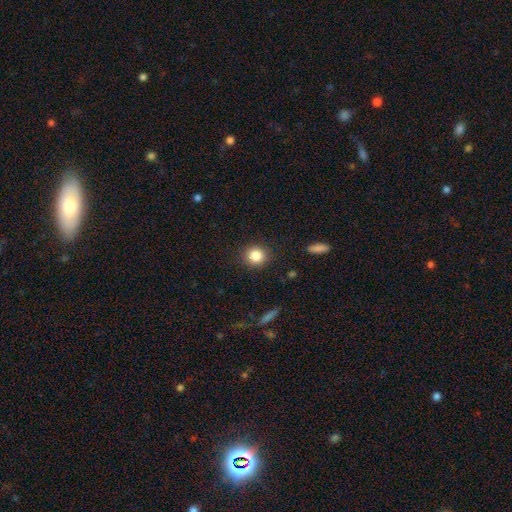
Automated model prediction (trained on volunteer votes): smooth-or-featured: smooth: 85% | star or artifact: 10% | featured or disk: 5%
  how-rounded: round: 86% | in between: 13% | cigar-shaped: 1%
  merging: none: 89% | minor disturbance: 7% | major disturbance: 2% | merger: 1%